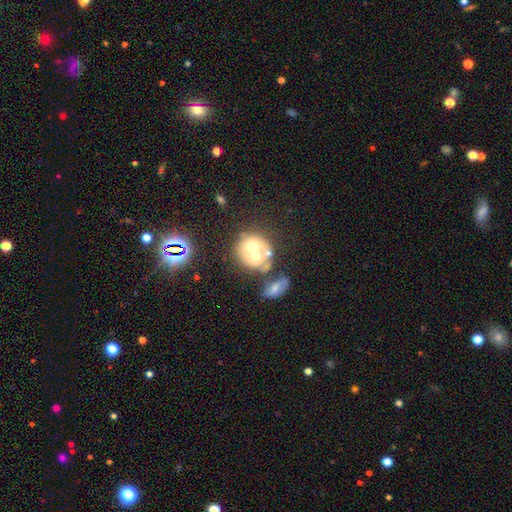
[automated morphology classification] Overall: smooth (46%; featured or disk 43%). Merging: merger (58%; none 25%).